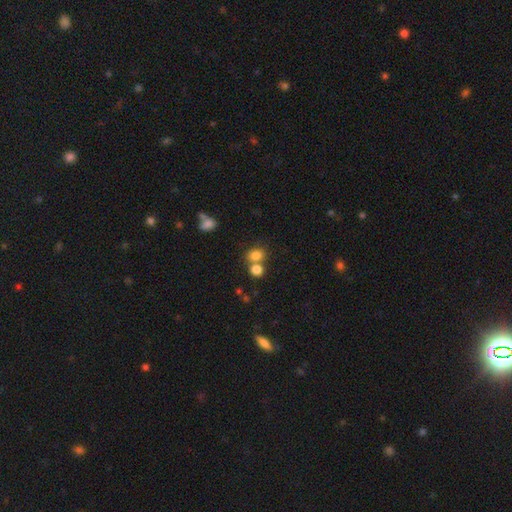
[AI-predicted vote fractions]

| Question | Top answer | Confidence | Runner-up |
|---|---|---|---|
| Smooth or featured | smooth | 80% | star or artifact (12%) |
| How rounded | round | 59% | in between (40%) |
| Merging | none | 46% | merger (41%) |